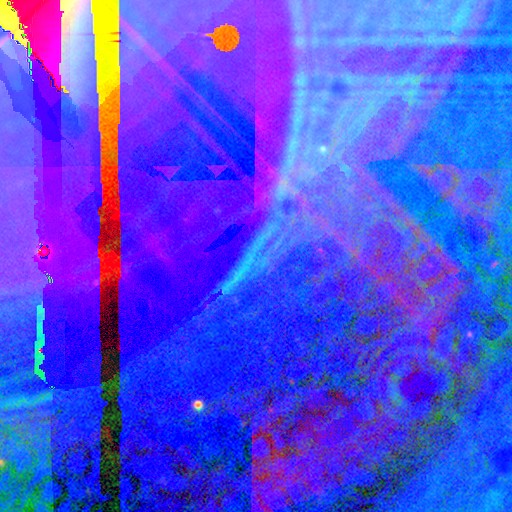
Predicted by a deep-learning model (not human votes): Q: Smooth or featured?
A: star or artifact (88%); runner-up: featured or disk (7%)